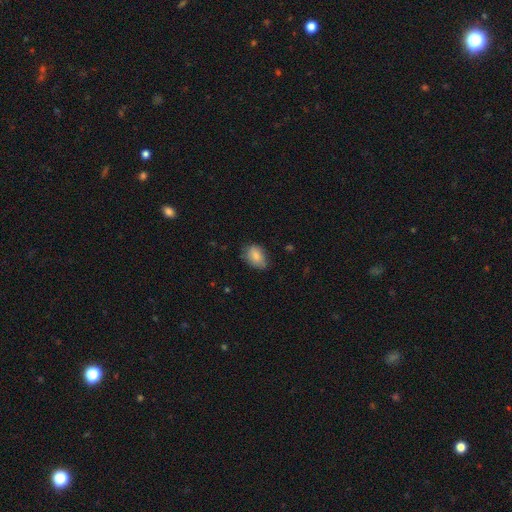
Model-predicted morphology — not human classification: A smooth galaxy with no disk features (82%) that is in between round and cigar-shaped (81%).

Vote fractions:
- Smooth or featured? smooth: 82% / featured or disk: 10% / star or artifact: 8%
- How rounded? in between: 81% / round: 17% / cigar-shaped: 1%
- Merging? none: 64% / minor disturbance: 29% / major disturbance: 5% / merger: 1%